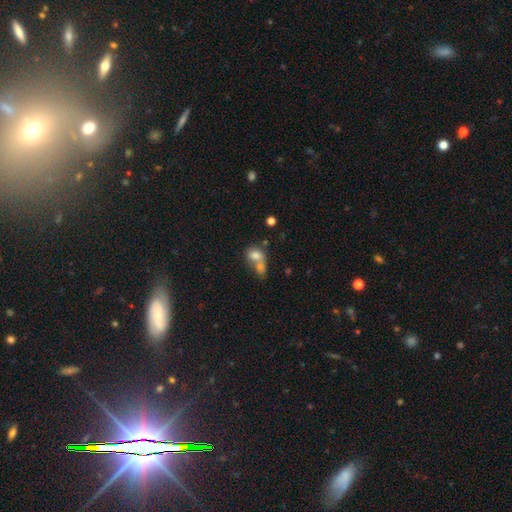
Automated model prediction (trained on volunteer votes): Smooth or featured: smooth — 76% (featured or disk — 15%)
How rounded: in between — 58% (round — 40%)
Merging: merger — 65% (none — 21%)